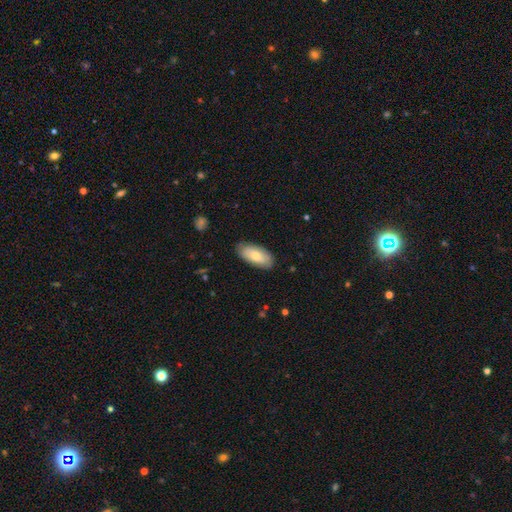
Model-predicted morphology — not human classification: The model was most divided on "smooth or featured": smooth: 72%, featured or disk: 23%, star or artifact: 6%. More confident: how rounded — in between (90%); merging — none (83%).